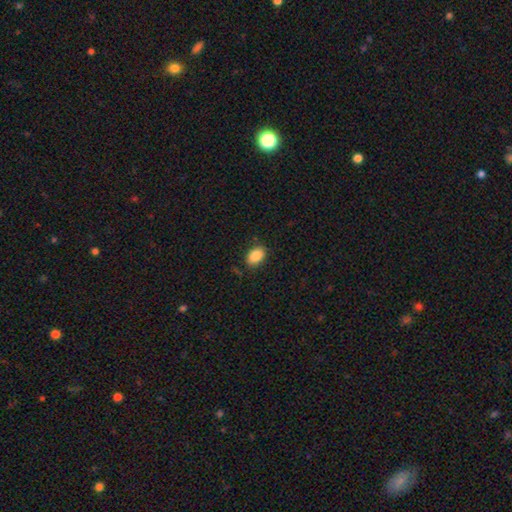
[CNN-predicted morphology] The model was most divided on "merging": none: 83%, minor disturbance: 13%, major disturbance: 3%, merger: 1%. More confident: smooth or featured — smooth (88%); how rounded — in between (85%).